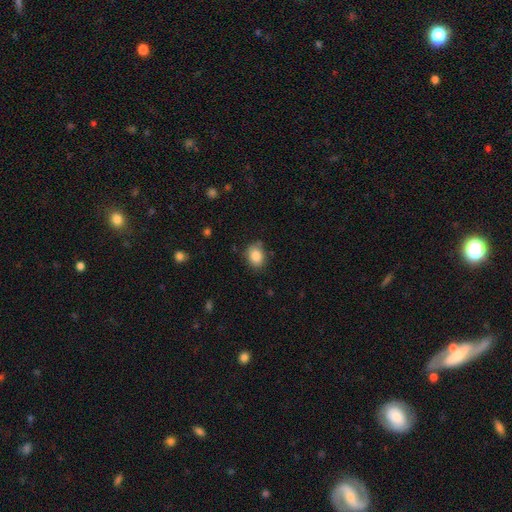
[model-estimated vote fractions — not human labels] Smooth or featured?
  - smooth: 87% *
  - star or artifact: 8%
  - featured or disk: 5%
How rounded?
  - in between: 56% *
  - round: 43%
  - cigar-shaped: 1%
Merging?
  - none: 75% *
  - minor disturbance: 19%
  - major disturbance: 4%
  - merger: 2%